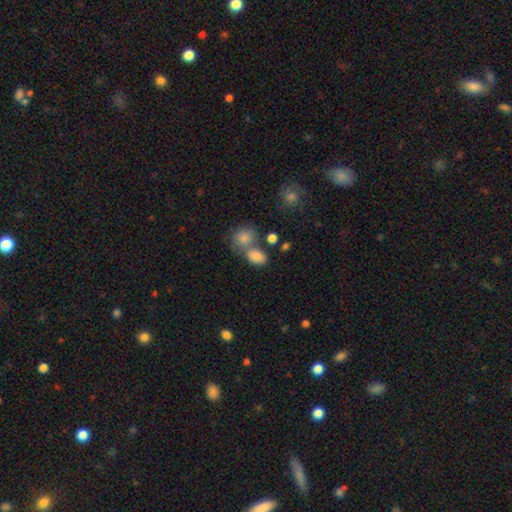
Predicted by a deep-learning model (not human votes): smooth_or_featured: smooth (p=0.81) [alt: star or artifact p=0.10]
how_rounded: in between (p=0.77) [alt: round p=0.22]
merging: merger (p=0.43) [alt: none p=0.39]